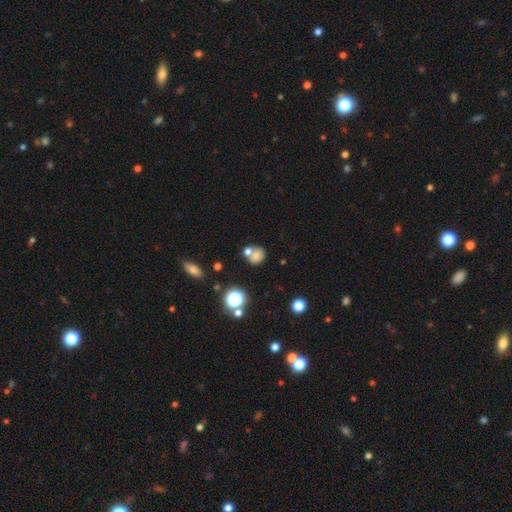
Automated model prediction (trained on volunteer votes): Smooth or featured? smooth (70%)
How rounded? round (70%)
Merging? none (45%)